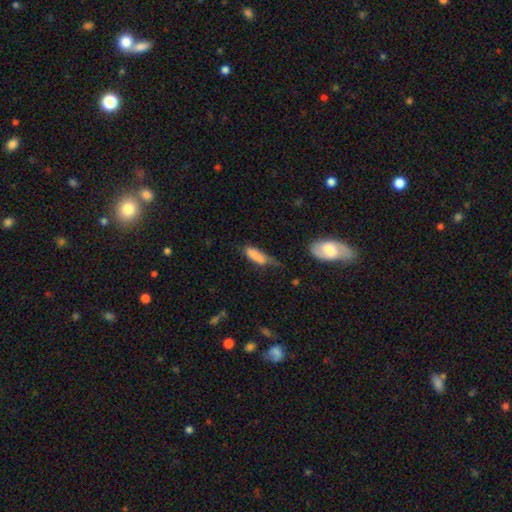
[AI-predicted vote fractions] smooth 79%, featured or disk 13%, star or artifact 8%. Down the decision tree: how rounded — in between (56%); merging — minor disturbance (37%).